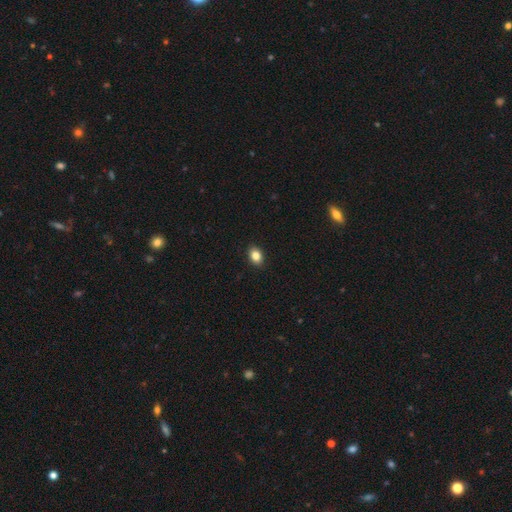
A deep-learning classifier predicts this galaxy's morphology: This appears to be a smooth galaxy with no disk features (84%) that is in between round and cigar-shaped (73%). Merging: none (91%).